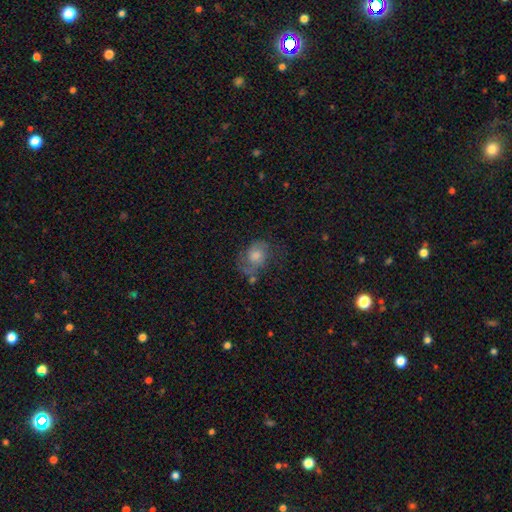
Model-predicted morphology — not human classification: Smooth or featured: featured or disk — 52% (smooth — 33%)
Edge-on disk: no — 97% (yes — 3%)
Bar: no — 74% (weak — 22%)
Spiral arms: yes — 83% (no — 17%)
Bulge size: moderate — 52% (small — 22%)
Merging: none — 57% (minor disturbance — 23%)